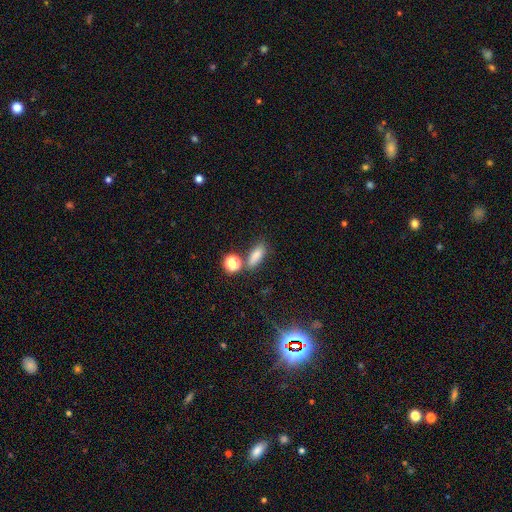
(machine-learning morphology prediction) Smooth or featured?
  - smooth: 80% *
  - star or artifact: 13%
  - featured or disk: 8%
How rounded?
  - in between: 63% *
  - cigar-shaped: 25%
  - round: 12%
Merging?
  - none: 68% *
  - merger: 14%
  - minor disturbance: 13%
  - major disturbance: 5%